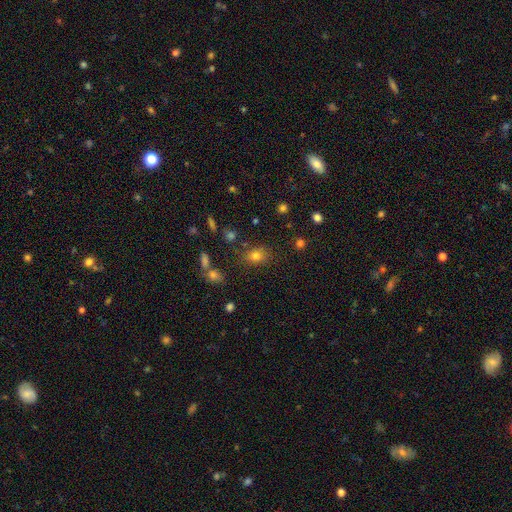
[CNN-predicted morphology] smooth 77%, star or artifact 14%, featured or disk 9%. Down the decision tree: how rounded — in between (62%); merging — none (78%).